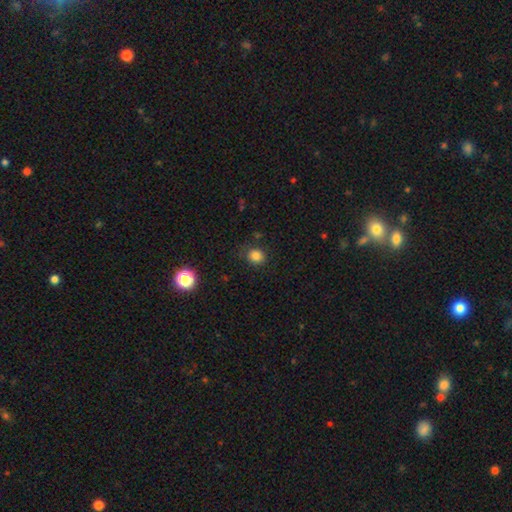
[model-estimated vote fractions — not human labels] smooth_or_featured: smooth (p=0.82) [alt: star or artifact p=0.13]
how_rounded: round (p=0.73) [alt: in between p=0.26]
merging: none (p=0.80) [alt: minor disturbance p=0.14]